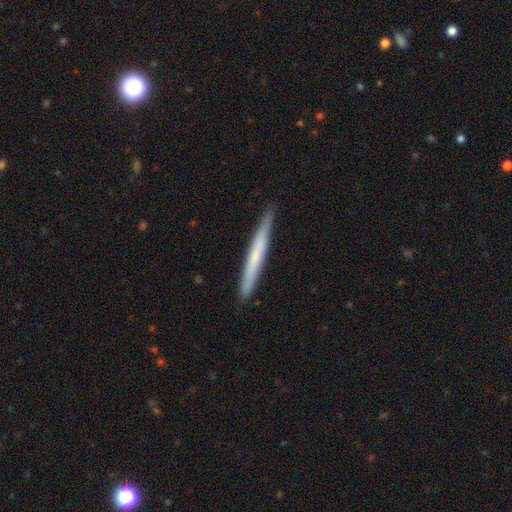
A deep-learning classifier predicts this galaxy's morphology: This appears to be a smooth galaxy with no disk features (52%) that is cigar-shaped (97%). Merging: none (89%).